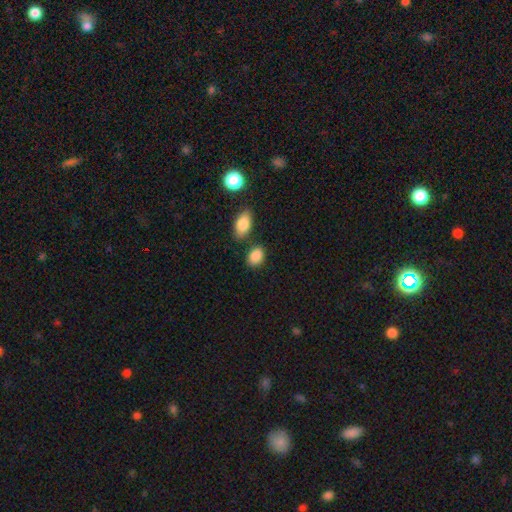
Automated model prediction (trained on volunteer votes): Morphology: type=smooth (88%); roundness=in between (71%); merging=none (74%).